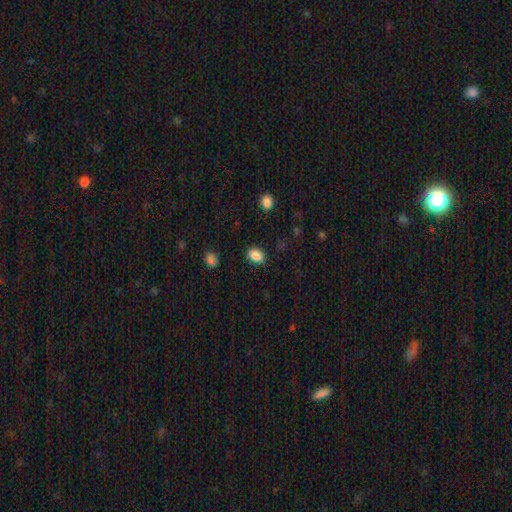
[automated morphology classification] Smooth or featured? Predicted: smooth (p=0.86). How rounded? Predicted: in between (p=0.75). Merging? Predicted: none (p=0.84).